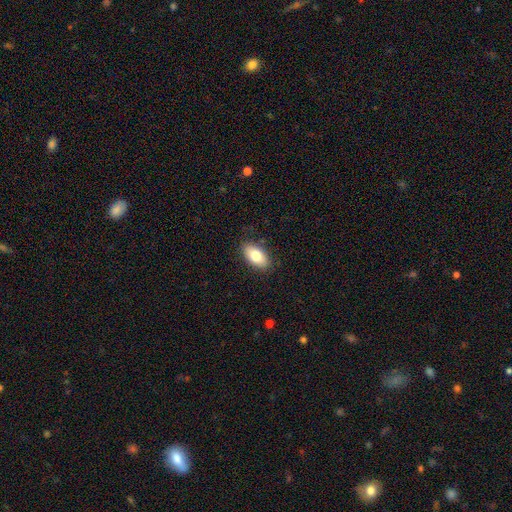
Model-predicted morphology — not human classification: type=smooth (78%); roundness=in between (92%); merging=none (86%).